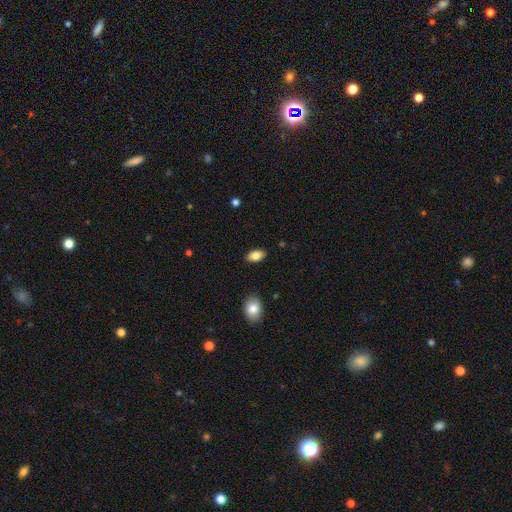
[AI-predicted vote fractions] smooth 82%, featured or disk 10%, star or artifact 7%. Down the decision tree: how rounded — in between (92%); merging — none (88%).